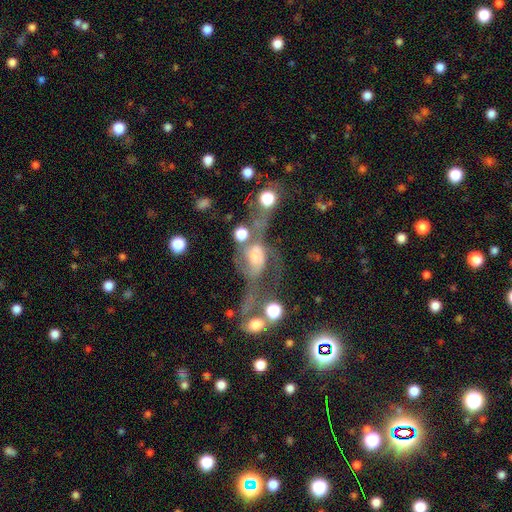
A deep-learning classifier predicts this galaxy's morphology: type=featured or disk (62%); edge-on=no (91%); bar=no (61%); spiral arms=yes (66%); bulge=moderate (34%); merging=major disturbance (39%).